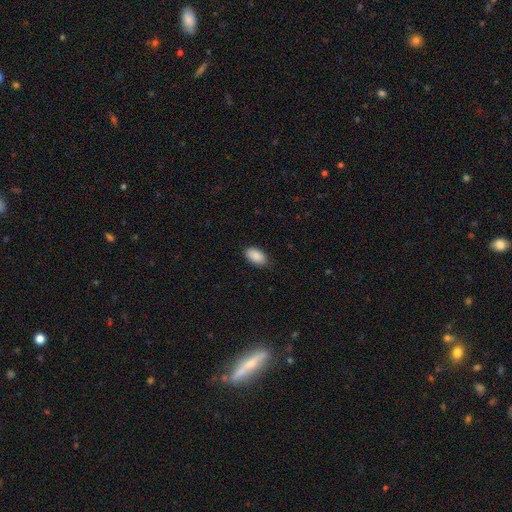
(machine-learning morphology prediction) type=smooth (90%); roundness=in between (94%); merging=none (84%).